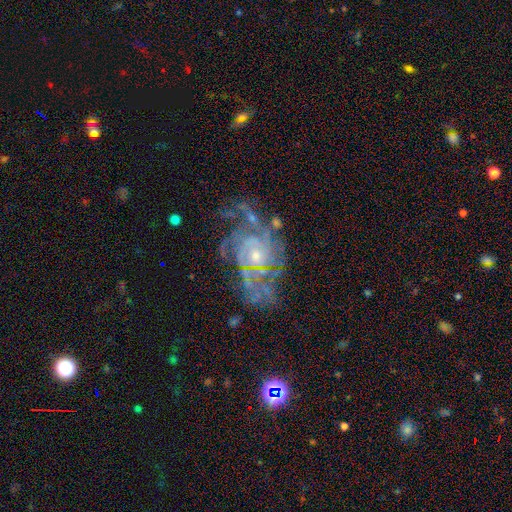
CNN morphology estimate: type=featured or disk (88%); edge-on=no (97%); bar=no (71%); spiral arms=yes (96%); winding=tight (60%); arm count=can't tell (30%); bulge=small (67%); merging=none (56%).